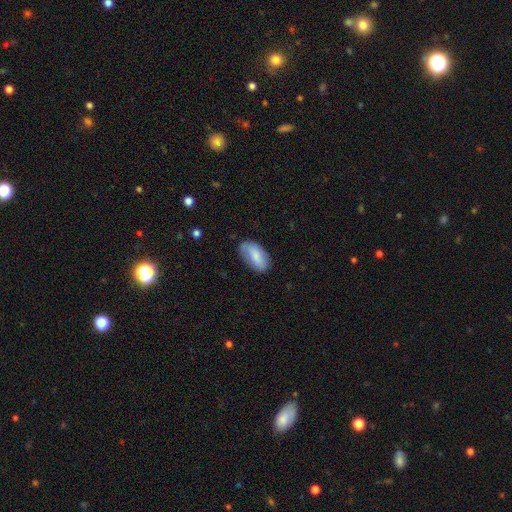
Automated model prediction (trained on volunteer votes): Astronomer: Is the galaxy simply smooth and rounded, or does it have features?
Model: smooth — 78%.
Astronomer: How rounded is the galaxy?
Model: in between — 93%.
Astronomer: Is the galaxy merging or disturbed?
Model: none — 71%.